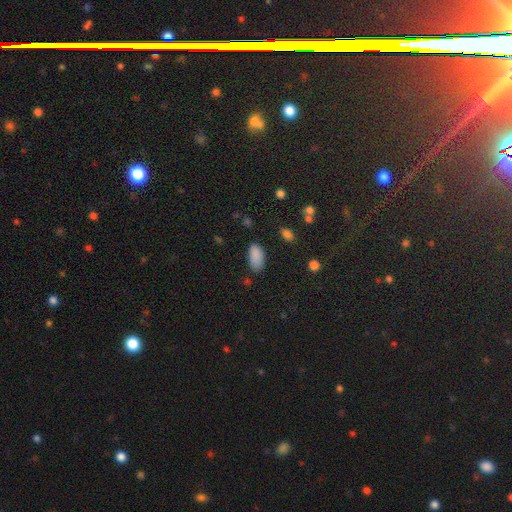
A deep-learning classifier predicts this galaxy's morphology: Smooth or featured? Predicted: smooth (p=0.87). How rounded? Predicted: in between (p=0.93). Merging? Predicted: none (p=0.76).